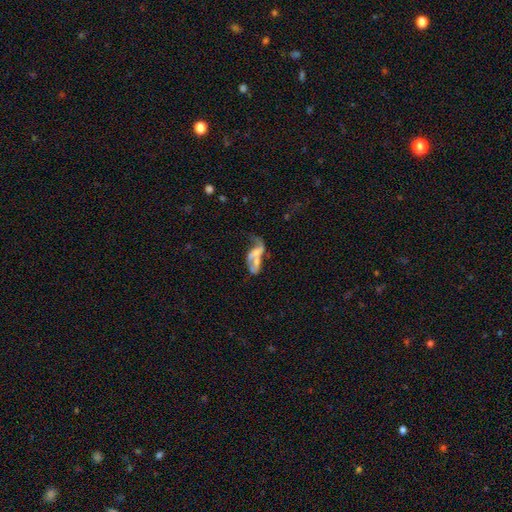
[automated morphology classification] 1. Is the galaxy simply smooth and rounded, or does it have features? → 59% featured or disk, 31% smooth, 10% star or artifact.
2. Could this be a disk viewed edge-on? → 93% no, 7% yes.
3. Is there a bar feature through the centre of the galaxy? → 66% no, 24% weak, 11% strong.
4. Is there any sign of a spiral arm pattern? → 51% no, 49% yes.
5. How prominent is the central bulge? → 32% small, 31% none, 30% moderate, 5% large, 2% dominant.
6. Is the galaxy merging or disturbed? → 43% merger, 29% major disturbance, 17% none, 11% minor disturbance.